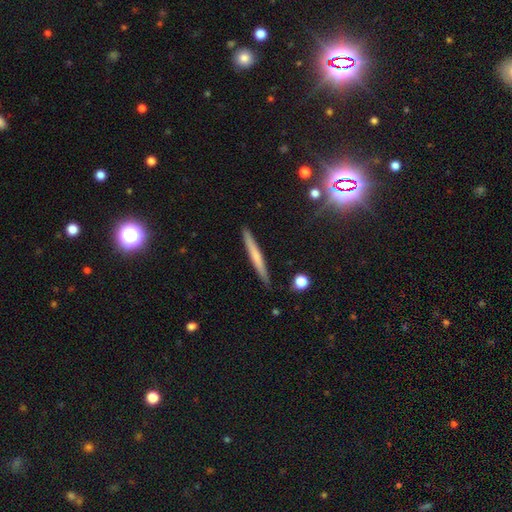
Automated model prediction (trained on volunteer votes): Smooth or featured? smooth (55%)
How rounded? cigar-shaped (96%)
Merging? none (90%)